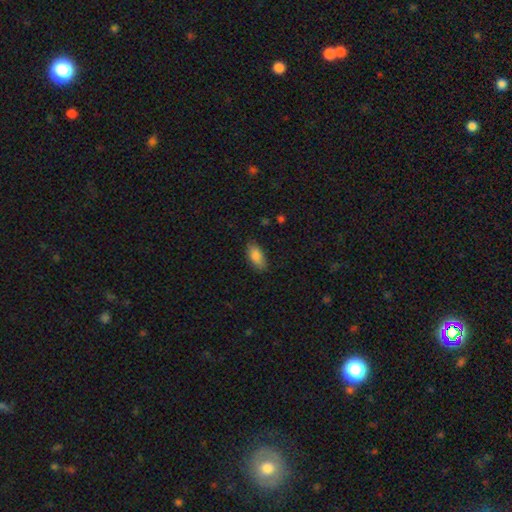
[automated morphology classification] smooth-or-featured: smooth: 87% | star or artifact: 7% | featured or disk: 6%
  how-rounded: in between: 90% | cigar-shaped: 8% | round: 2%
  merging: none: 83% | minor disturbance: 13% | major disturbance: 3% | merger: 1%